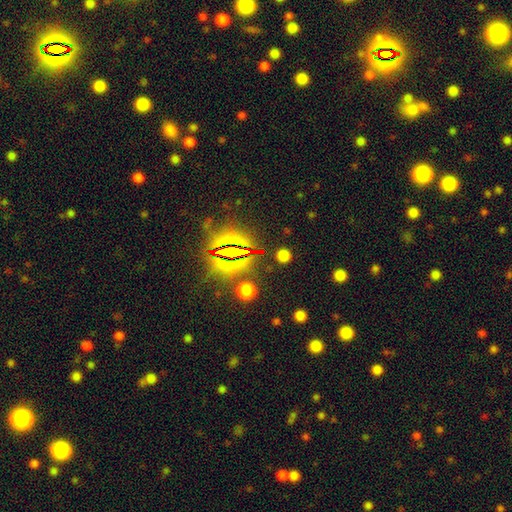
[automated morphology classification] Smooth or featured?
  - star or artifact: 82% *
  - smooth: 11%
  - featured or disk: 7%